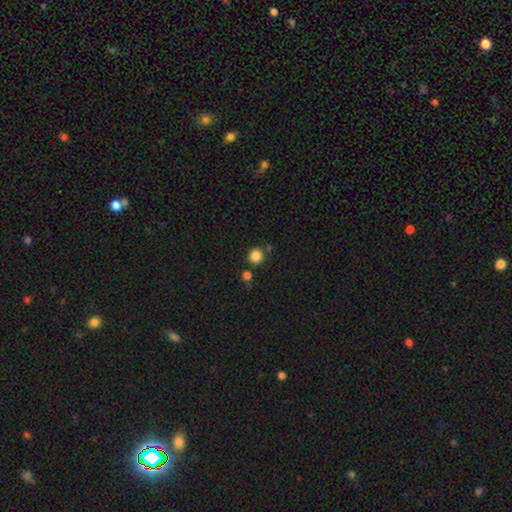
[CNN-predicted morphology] A smooth galaxy with no disk features (85%) that is round (92%).

Vote fractions:
- Smooth or featured? smooth: 85% / star or artifact: 11% / featured or disk: 4%
- How rounded? round: 92% / in between: 7% / cigar-shaped: 1%
- Merging? none: 78% / merger: 10% / minor disturbance: 9% / major disturbance: 3%